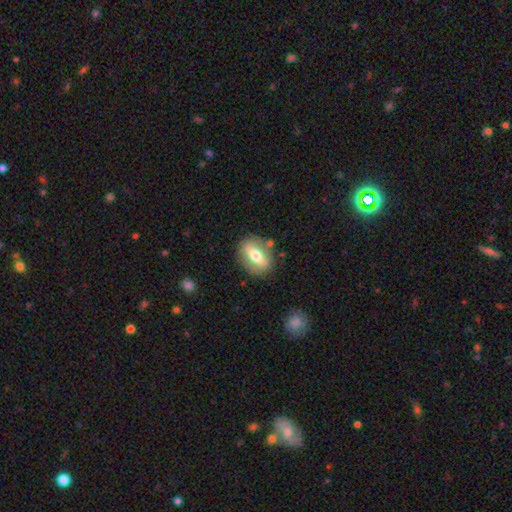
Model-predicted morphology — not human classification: type=featured or disk (47%); merging=none (83%).